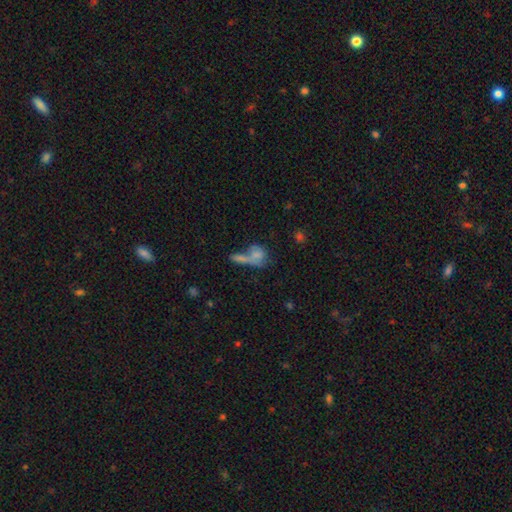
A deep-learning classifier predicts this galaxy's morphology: This is likely a smooth galaxy (70%). How rounded: possibly in between (50%). Merging: possibly merger (48%).